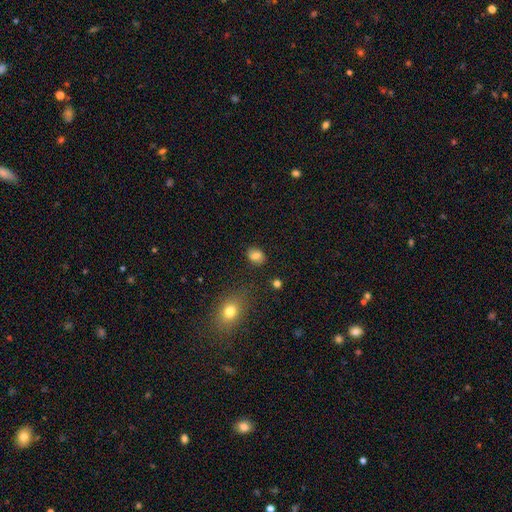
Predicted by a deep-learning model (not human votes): Q: Smooth or featured?
A: smooth (78%); runner-up: featured or disk (12%)
Q: How rounded?
A: in between (61%); runner-up: round (38%)
Q: Merging?
A: none (82%); runner-up: minor disturbance (12%)